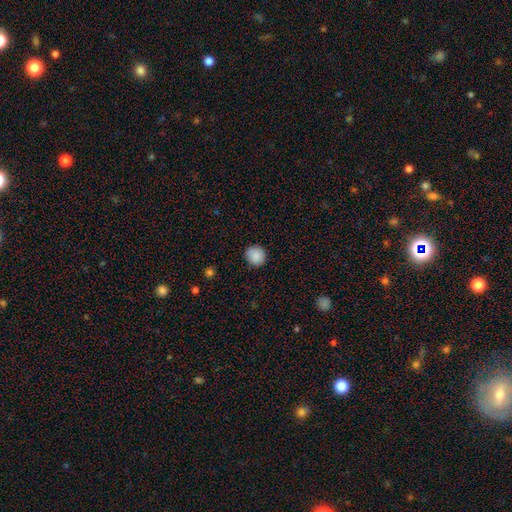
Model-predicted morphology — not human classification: smooth_or_featured: smooth (p=0.88) [alt: star or artifact p=0.08]
how_rounded: round (p=0.89) [alt: in between p=0.10]
merging: none (p=0.88) [alt: minor disturbance p=0.09]